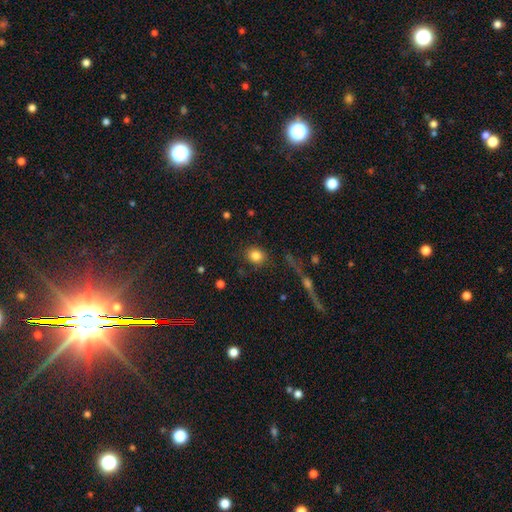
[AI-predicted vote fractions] A smooth galaxy with no disk features (83%) that is round (72%).

Vote fractions:
- Smooth or featured? smooth: 83% / star or artifact: 10% / featured or disk: 7%
- How rounded? round: 72% / in between: 26% / cigar-shaped: 1%
- Merging? none: 84% / minor disturbance: 10% / major disturbance: 3% / merger: 2%